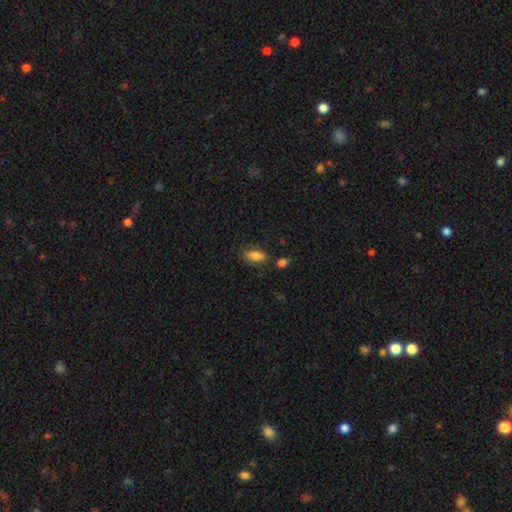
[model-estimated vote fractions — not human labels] Smooth or featured: smooth — 81% (featured or disk — 11%)
How rounded: in between — 82% (cigar-shaped — 14%)
Merging: none — 72% (minor disturbance — 16%)